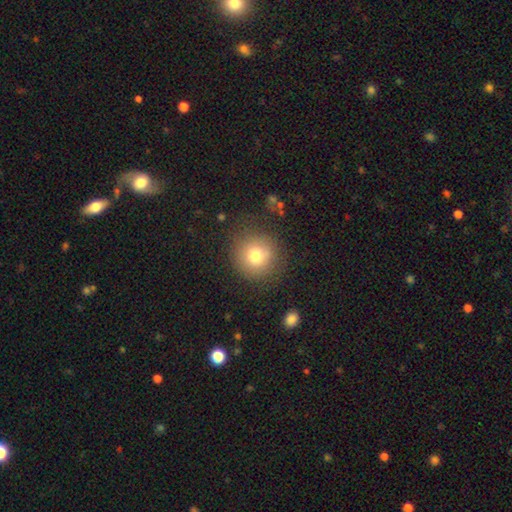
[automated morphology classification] A smooth galaxy with no disk features (76%) that is round (93%). Merging: none (81%).